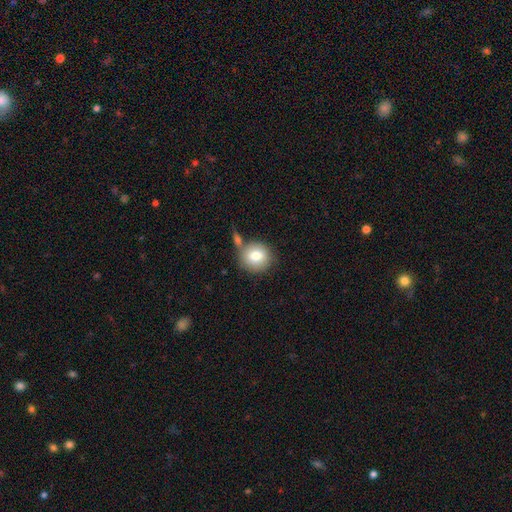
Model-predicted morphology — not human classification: A smooth galaxy with no disk features (79%) that is round (88%). Merging: none (62%).